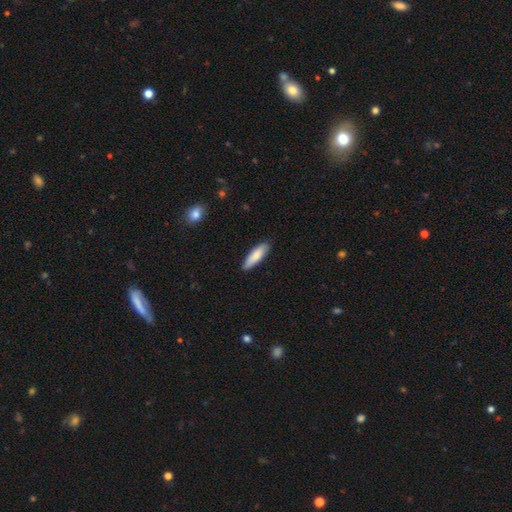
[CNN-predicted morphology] smooth 82%, featured or disk 13%, star or artifact 5%. Down the decision tree: how rounded — cigar-shaped (54%); merging — none (86%).